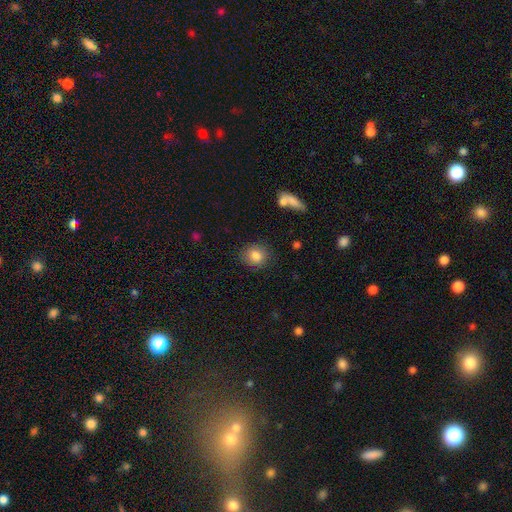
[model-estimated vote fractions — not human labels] smooth 84%, star or artifact 9%, featured or disk 7%. Down the decision tree: how rounded — round (71%); merging — none (84%).